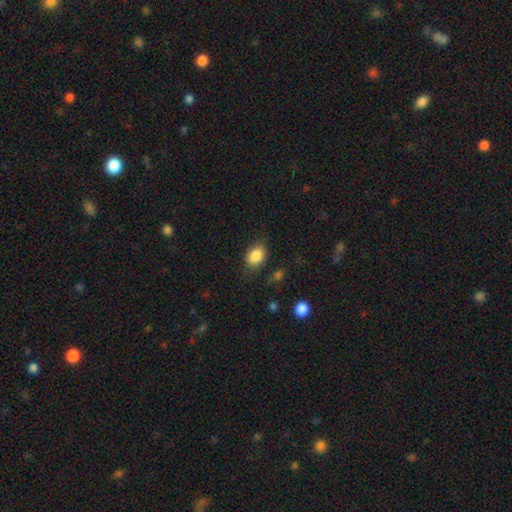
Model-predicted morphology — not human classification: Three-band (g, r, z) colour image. It shows a smooth galaxy with no disk features (86%) that is in between round and cigar-shaped (77%). Merging: none (78%).